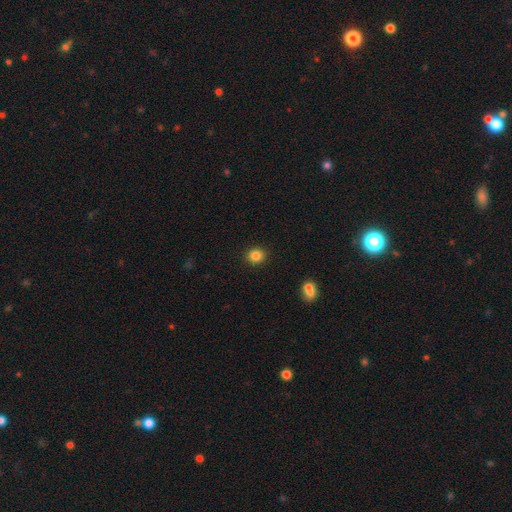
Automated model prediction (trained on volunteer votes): smooth_or_featured: smooth (p=0.85) [alt: star or artifact p=0.11]
how_rounded: round (p=0.83) [alt: in between p=0.16]
merging: none (p=0.92) [alt: minor disturbance p=0.05]